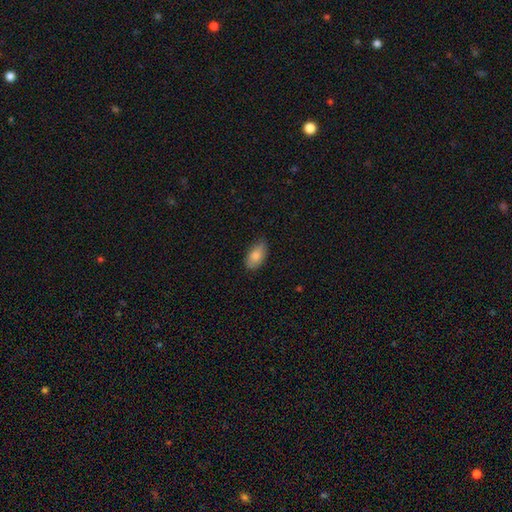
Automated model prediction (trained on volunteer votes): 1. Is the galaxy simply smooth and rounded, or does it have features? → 83% smooth, 10% featured or disk, 7% star or artifact.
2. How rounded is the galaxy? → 93% in between, 4% round, 2% cigar-shaped.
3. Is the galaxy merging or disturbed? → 75% none, 21% minor disturbance, 3% major disturbance, 1% merger.